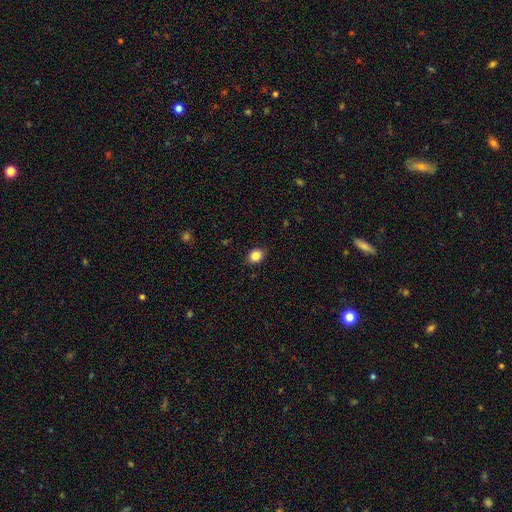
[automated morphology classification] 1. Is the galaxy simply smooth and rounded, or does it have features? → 85% smooth, 10% star or artifact, 5% featured or disk.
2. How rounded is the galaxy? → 51% in between, 48% round, 1% cigar-shaped.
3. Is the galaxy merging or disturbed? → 88% none, 9% minor disturbance, 2% major disturbance, 1% merger.